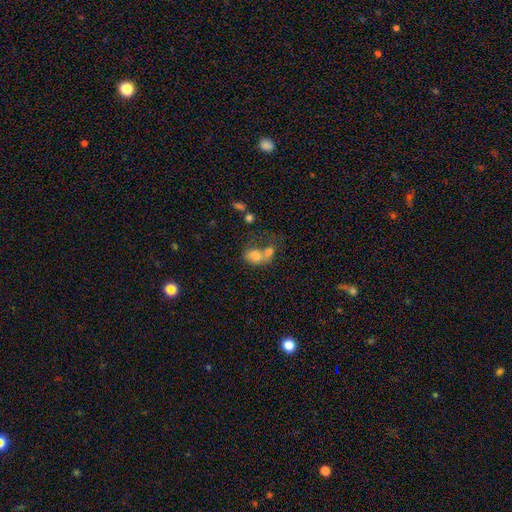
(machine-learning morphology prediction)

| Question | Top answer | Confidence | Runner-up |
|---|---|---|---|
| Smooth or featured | smooth | 71% | featured or disk (17%) |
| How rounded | in between | 68% | round (30%) |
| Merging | merger | 60% | none (20%) |